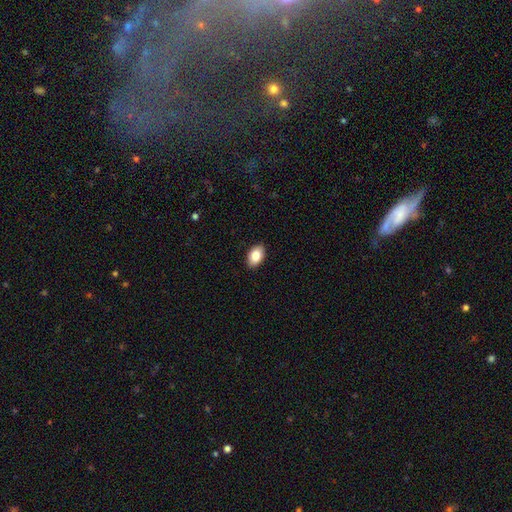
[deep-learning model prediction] A smooth galaxy with no disk features (86%) that is in between round and cigar-shaped (91%).

Vote fractions:
- Smooth or featured? smooth: 86% / featured or disk: 7% / star or artifact: 7%
- How rounded? in between: 91% / round: 7% / cigar-shaped: 1%
- Merging? none: 90% / minor disturbance: 8% / major disturbance: 2% / merger: 1%